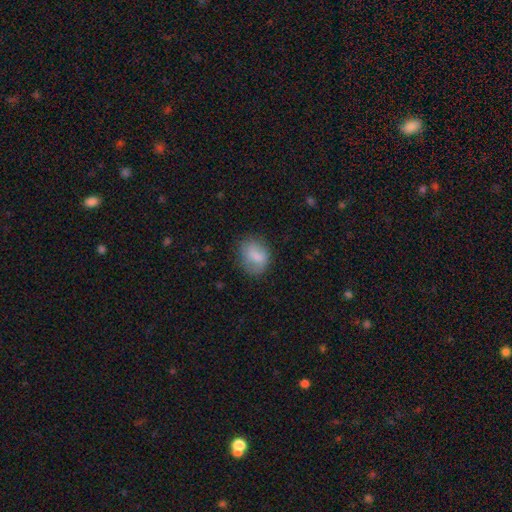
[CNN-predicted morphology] Smooth or featured? smooth (78%)
How rounded? in between (61%)
Merging? none (67%)